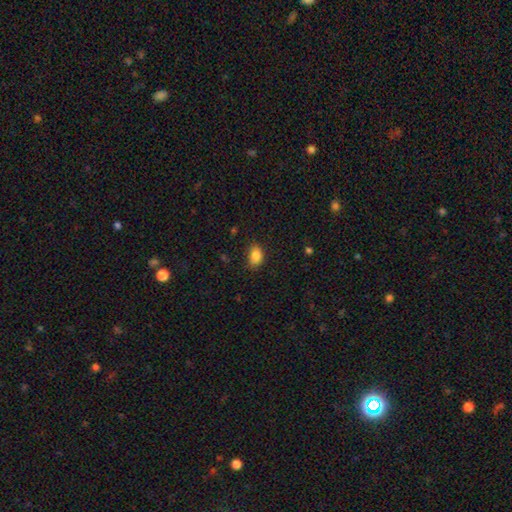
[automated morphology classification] type=smooth (86%); roundness=in between (80%); merging=none (78%).